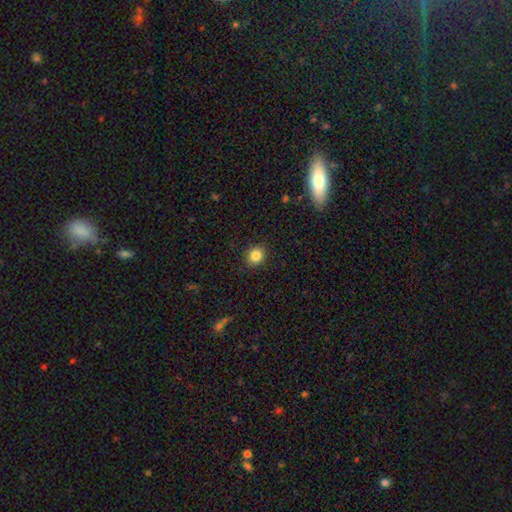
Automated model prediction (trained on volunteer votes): smooth-or-featured: smooth: 85% | star or artifact: 10% | featured or disk: 5%
  how-rounded: round: 71% | in between: 28% | cigar-shaped: 1%
  merging: none: 90% | minor disturbance: 7% | major disturbance: 2% | merger: 1%